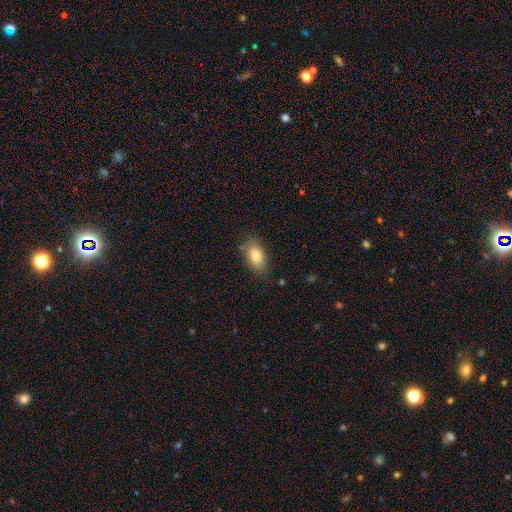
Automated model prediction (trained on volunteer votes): Q: Smooth or featured?
A: smooth (80%); runner-up: featured or disk (12%)
Q: How rounded?
A: in between (90%); runner-up: round (6%)
Q: Merging?
A: none (76%); runner-up: minor disturbance (18%)